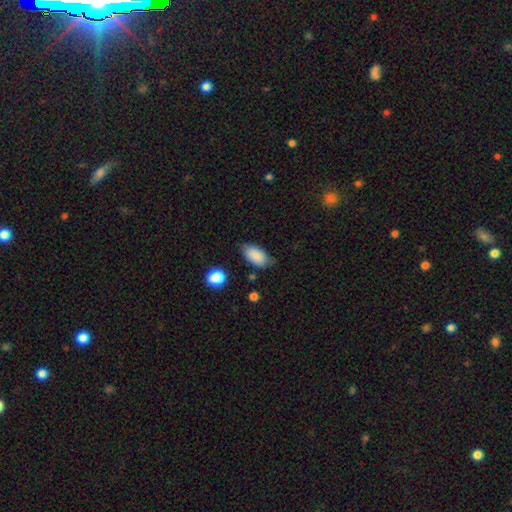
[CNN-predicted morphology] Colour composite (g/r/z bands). It shows a smooth galaxy with no disk features (87%) that is in between round and cigar-shaped (93%). Merging: none (71%).